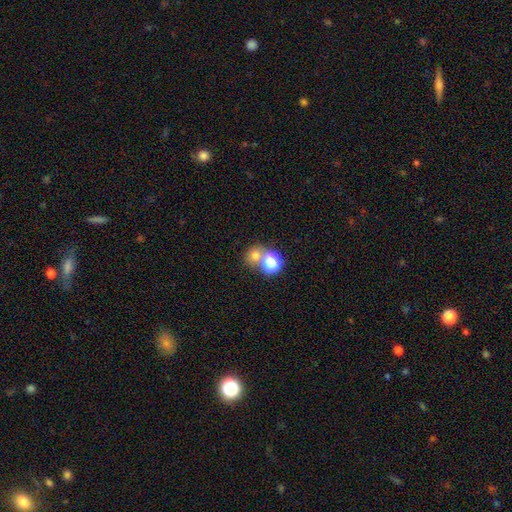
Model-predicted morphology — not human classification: A smooth galaxy with no disk features (70%) that is round (81%). Merging: none (54%).